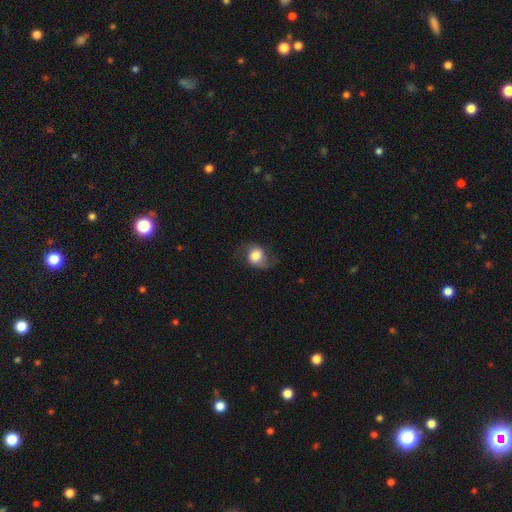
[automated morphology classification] Smooth or featured: smooth — 64% (featured or disk — 27%)
How rounded: round — 59% (in between — 40%)
Merging: none — 62% (minor disturbance — 24%)